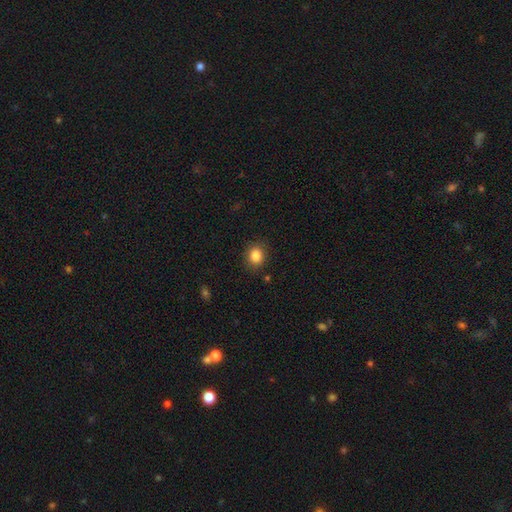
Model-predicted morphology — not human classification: Q: Smooth or featured?
A: smooth (85%); runner-up: star or artifact (10%)
Q: How rounded?
A: round (67%); runner-up: in between (33%)
Q: Merging?
A: none (86%); runner-up: minor disturbance (9%)